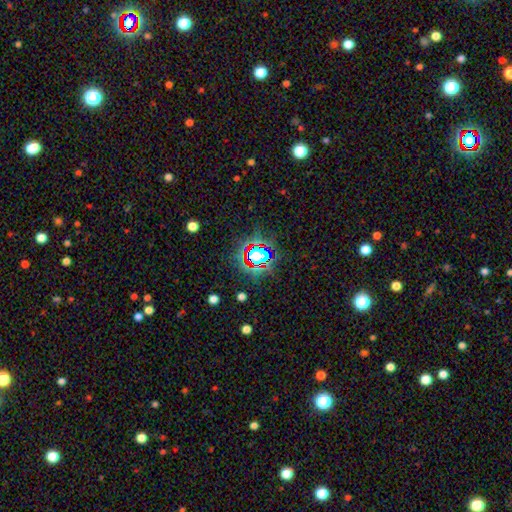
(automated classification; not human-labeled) A star or artifact, not a galaxy (67%).

Vote fractions:
- Smooth or featured? star or artifact: 67% / smooth: 21% / featured or disk: 12%